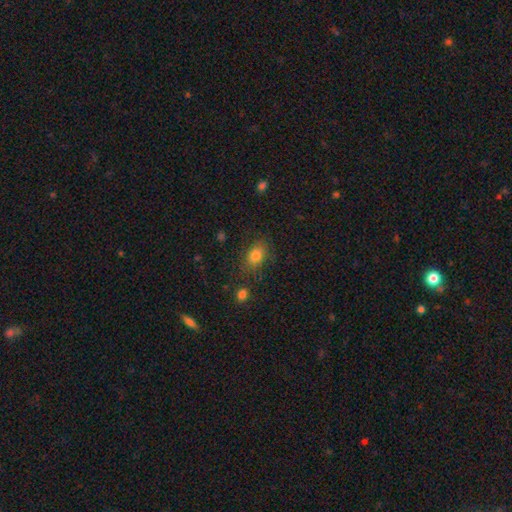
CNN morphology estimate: This appears to be a smooth galaxy with no disk features (80%) that is in between round and cigar-shaped (77%). Merging: none (76%).